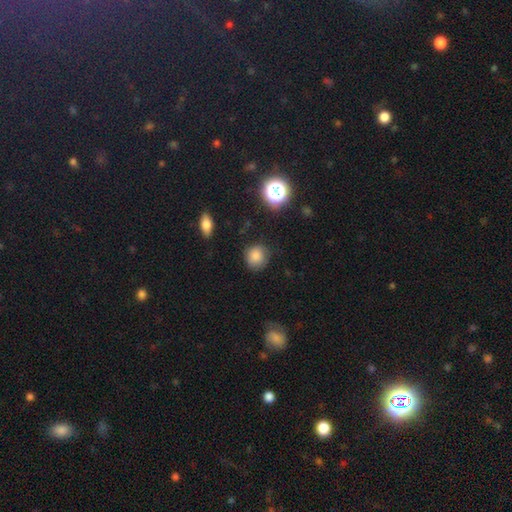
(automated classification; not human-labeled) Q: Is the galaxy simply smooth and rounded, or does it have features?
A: smooth — 81%.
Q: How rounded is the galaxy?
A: round — 83%.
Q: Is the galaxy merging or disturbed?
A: none — 77%.